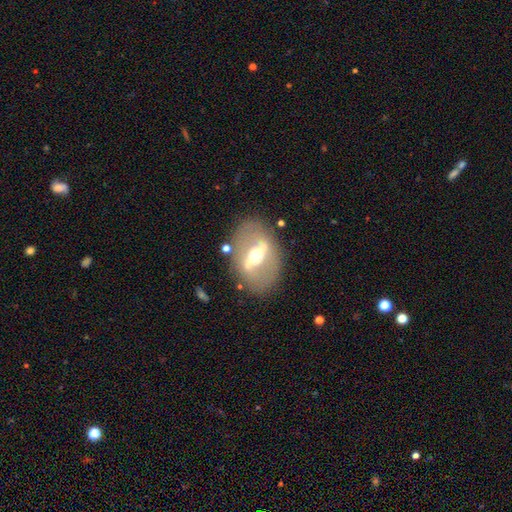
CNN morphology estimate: Smooth or featured?
  - featured or disk: 77% *
  - smooth: 16%
  - star or artifact: 7%
Edge-on disk?
  - no: 67% *
  - yes: 33%
Bar?
  - strong: 79% *
  - weak: 15%
  - no: 6%
Spiral arms?
  - no: 86% *
  - yes: 14%
Bulge size?
  - moderate: 70% *
  - large: 16%
  - small: 11%
  - dominant: 2%
  - none: 1%
Merging?
  - none: 82% *
  - minor disturbance: 10%
  - major disturbance: 6%
  - merger: 2%